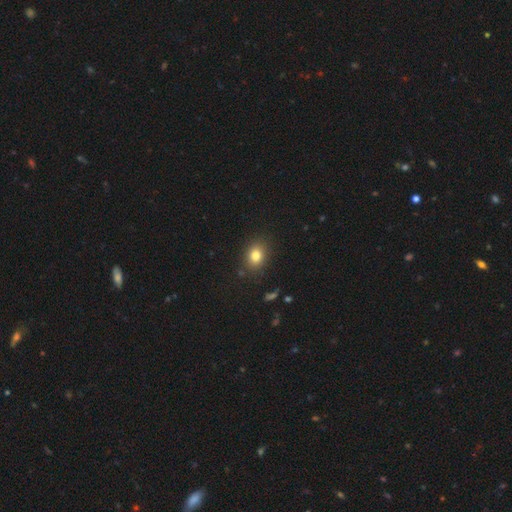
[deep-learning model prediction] Smooth or featured: smooth — 81% (star or artifact — 11%)
How rounded: in between — 55% (round — 43%)
Merging: none — 86% (minor disturbance — 10%)